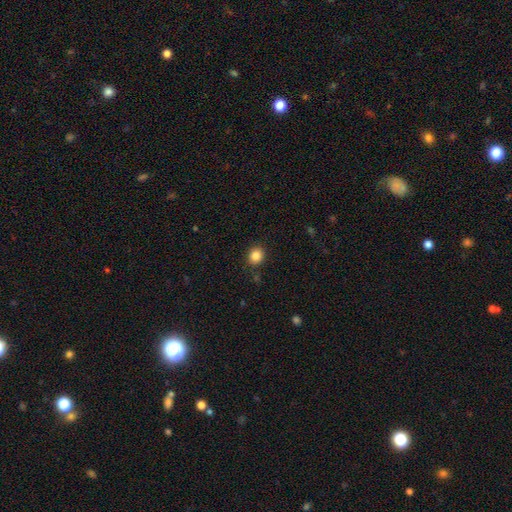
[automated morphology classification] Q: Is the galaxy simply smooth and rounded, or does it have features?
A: smooth — 86%.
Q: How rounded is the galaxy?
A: round — 75%.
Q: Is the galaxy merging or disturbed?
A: none — 88%.